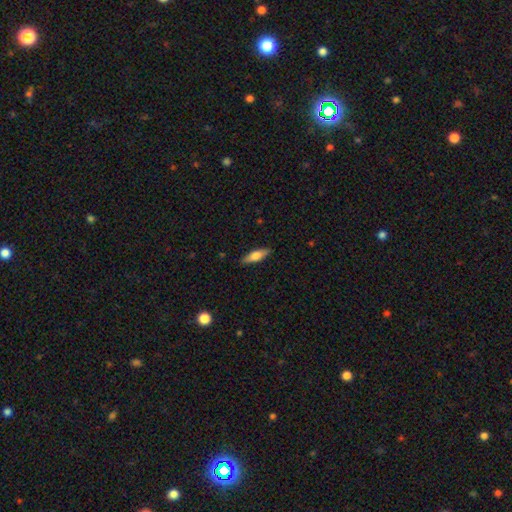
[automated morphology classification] A smooth galaxy with no disk features (63%) that is cigar-shaped (52%). Merging: none (87%).